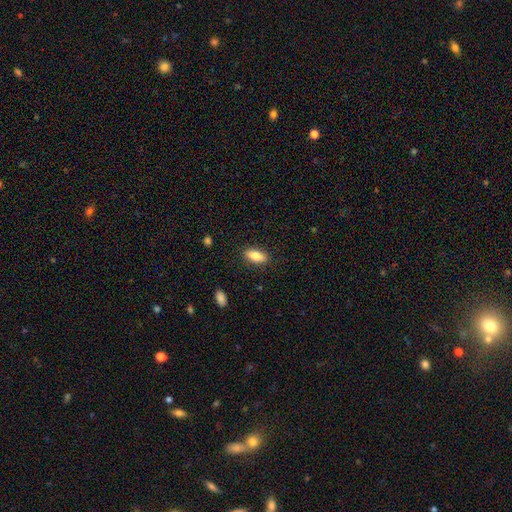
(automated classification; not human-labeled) smooth 78%, featured or disk 15%, star or artifact 7%. Down the decision tree: how rounded — in between (80%); merging — none (87%).